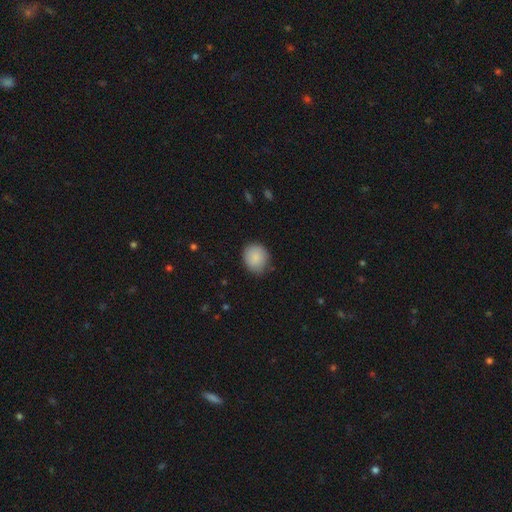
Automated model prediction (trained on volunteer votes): smooth-or-featured: smooth: 88% | star or artifact: 7% | featured or disk: 5%
  how-rounded: round: 74% | in between: 25% | cigar-shaped: 1%
  merging: none: 79% | minor disturbance: 17% | major disturbance: 3% | merger: 1%